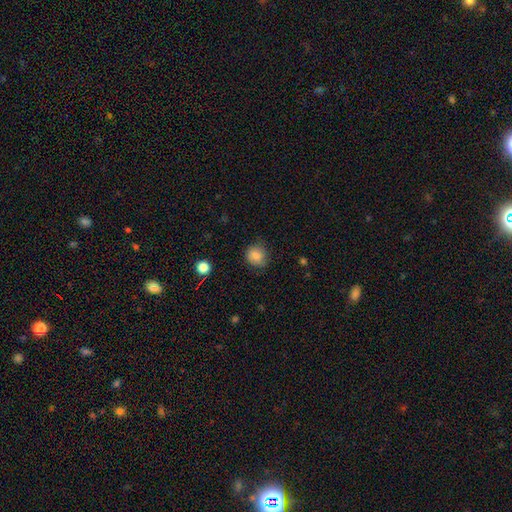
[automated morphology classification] smooth 84%, star or artifact 10%, featured or disk 7%. Down the decision tree: how rounded — round (79%); merging — none (77%).